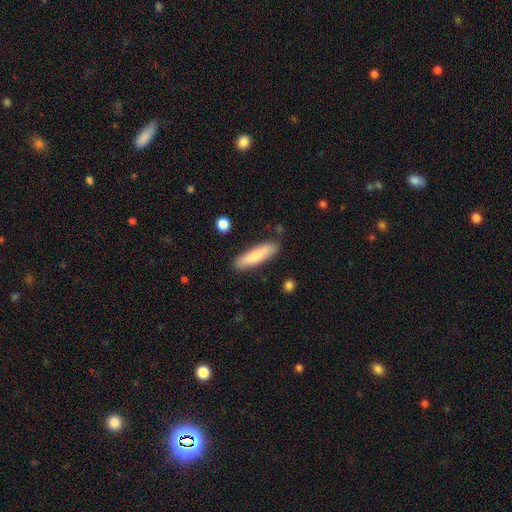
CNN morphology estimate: A smooth galaxy with no disk features (82%) that is cigar-shaped (75%).

Vote fractions:
- Smooth or featured? smooth: 82% / featured or disk: 12% / star or artifact: 6%
- How rounded? cigar-shaped: 75% / in between: 23% / round: 1%
- Merging? none: 86% / minor disturbance: 10% / major disturbance: 2% / merger: 2%